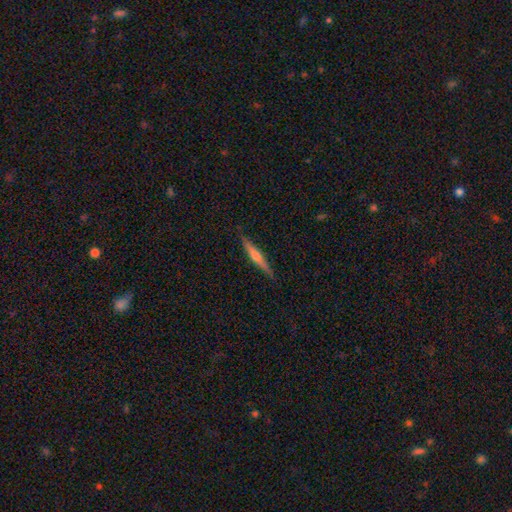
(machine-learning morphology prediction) Overall: featured or disk (65%; smooth 29%). Edge-on disk: yes (98%). Edge-on bulge: rounded (80%). Merging: none (89%).